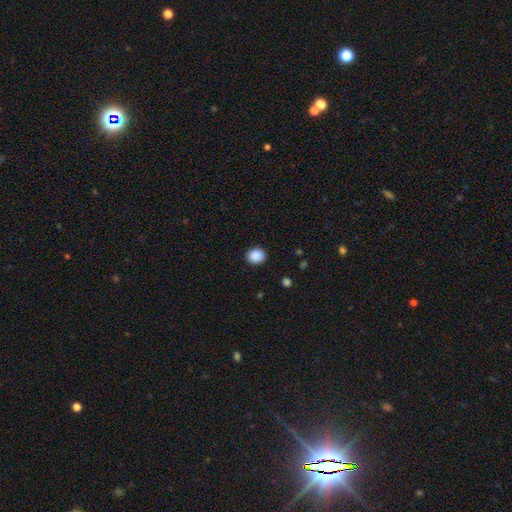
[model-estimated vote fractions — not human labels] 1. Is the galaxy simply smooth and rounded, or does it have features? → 89% smooth, 8% star or artifact, 2% featured or disk.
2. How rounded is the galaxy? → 71% round, 28% in between, 1% cigar-shaped.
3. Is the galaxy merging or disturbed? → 89% none, 7% minor disturbance, 2% major disturbance, 1% merger.